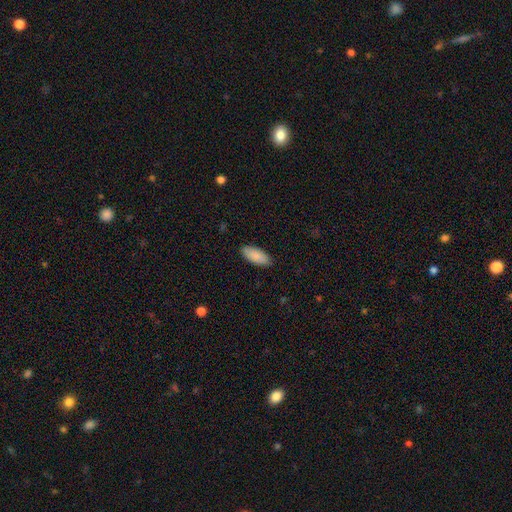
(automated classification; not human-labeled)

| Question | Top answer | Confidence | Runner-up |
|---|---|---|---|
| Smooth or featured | smooth | 88% | featured or disk (6%) |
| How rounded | in between | 86% | cigar-shaped (12%) |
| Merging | none | 88% | minor disturbance (9%) |